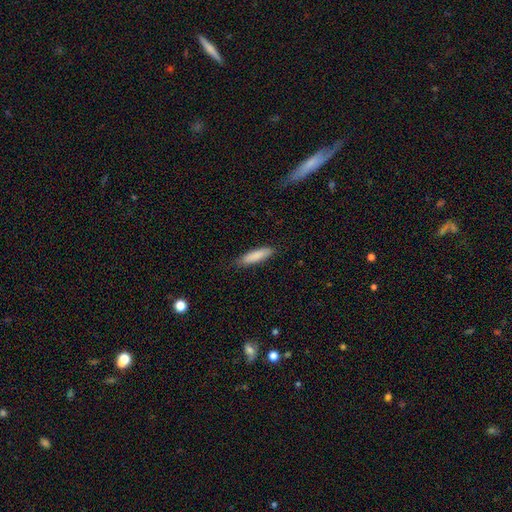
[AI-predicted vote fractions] smooth_or_featured: smooth (p=0.86) [alt: featured or disk p=0.08]
how_rounded: cigar-shaped (p=0.65) [alt: in between p=0.34]
merging: none (p=0.84) [alt: minor disturbance p=0.13]